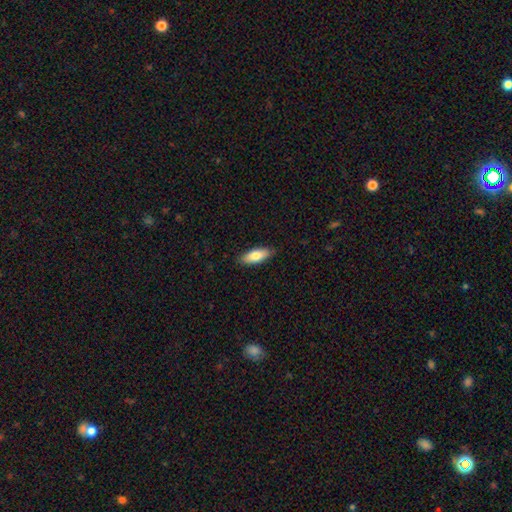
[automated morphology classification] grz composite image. It shows a smooth galaxy with no disk features (79%) that is in between round and cigar-shaped (71%). Merging: none (88%).